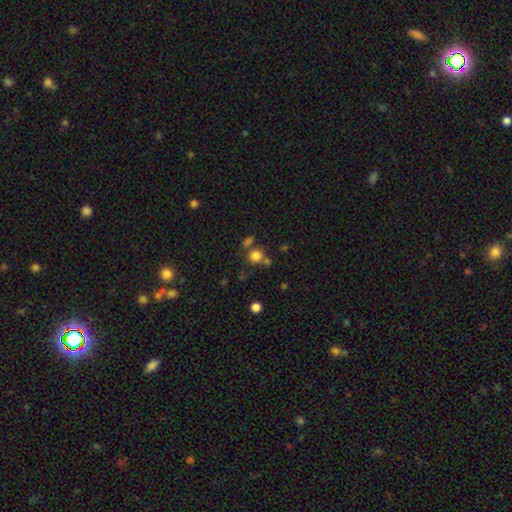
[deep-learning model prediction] This appears to be a smooth galaxy with no disk features (79%) that is round (85%). Merging: none (64%).